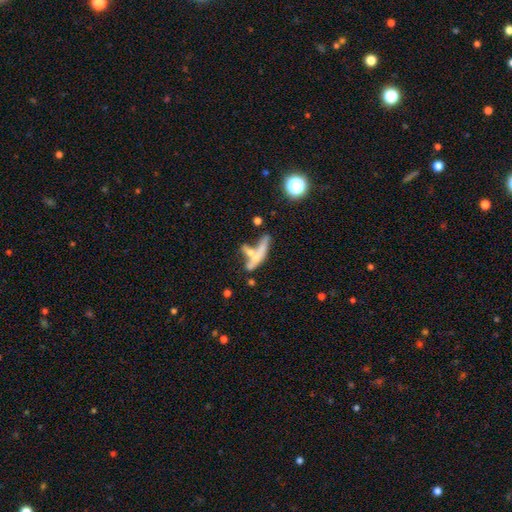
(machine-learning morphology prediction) Q: Smooth or featured?
A: smooth (48%); runner-up: featured or disk (42%)
Q: Merging?
A: merger (44%); runner-up: none (30%)